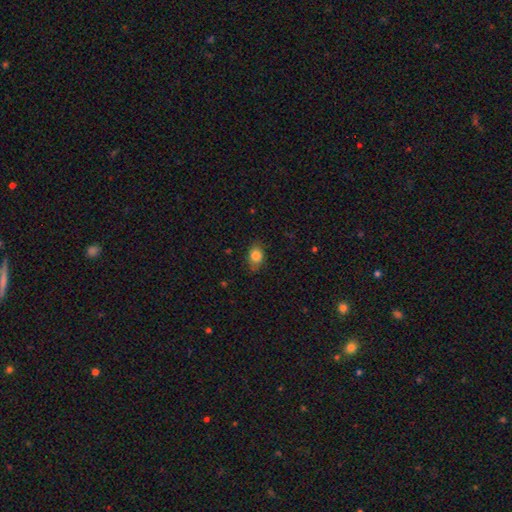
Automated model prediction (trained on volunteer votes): Smooth or featured?
  - smooth: 83% *
  - star or artifact: 9%
  - featured or disk: 8%
How rounded?
  - in between: 70% *
  - round: 29%
  - cigar-shaped: 2%
Merging?
  - none: 80% *
  - minor disturbance: 16%
  - major disturbance: 3%
  - merger: 1%